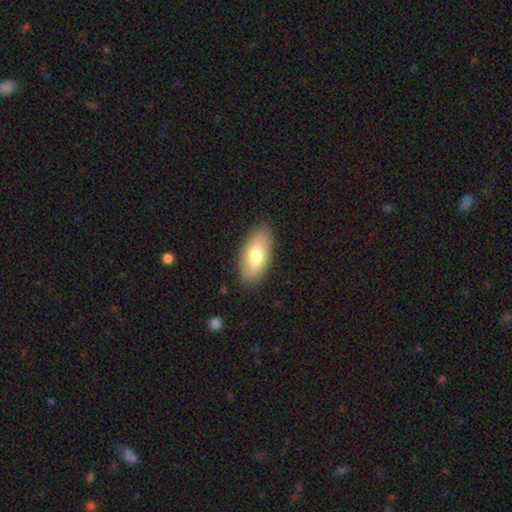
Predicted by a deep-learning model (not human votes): The model was most divided on "smooth or featured": smooth: 72%, featured or disk: 22%, star or artifact: 6%. More confident: how rounded — in between (92%); merging — none (87%).